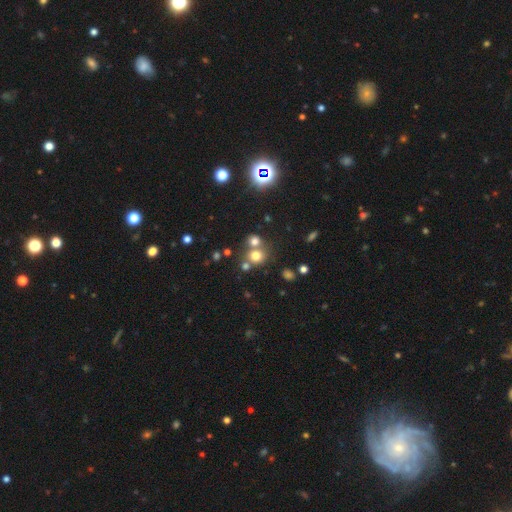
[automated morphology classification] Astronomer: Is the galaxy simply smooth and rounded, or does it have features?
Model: smooth — 72%.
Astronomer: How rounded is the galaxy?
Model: round — 82%.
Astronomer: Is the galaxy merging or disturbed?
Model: none — 53% (runner-up: merger, 35%).